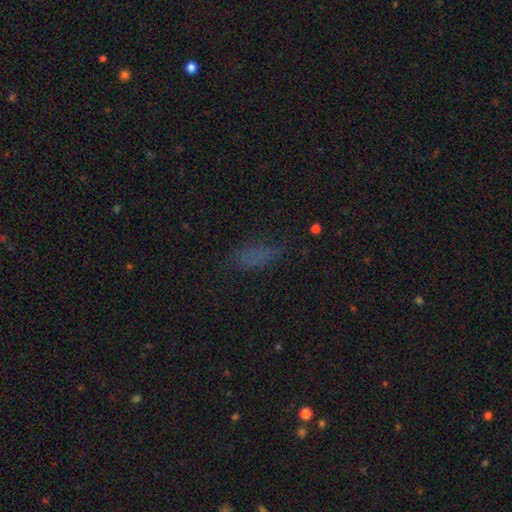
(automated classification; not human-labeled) Smooth or featured? smooth (66%)
How rounded? in between (60%)
Merging? none (65%)